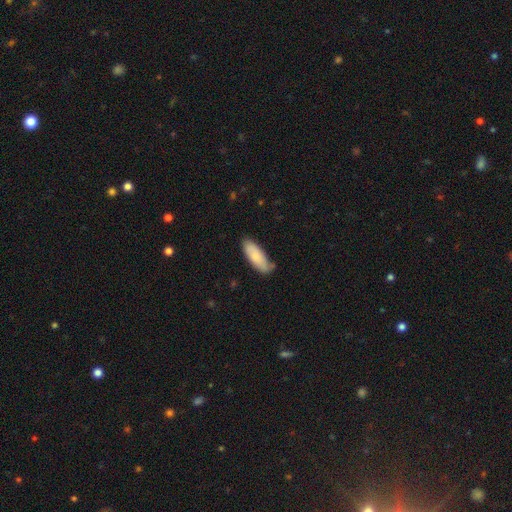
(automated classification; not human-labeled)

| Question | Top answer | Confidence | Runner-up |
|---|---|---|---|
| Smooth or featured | smooth | 81% | featured or disk (13%) |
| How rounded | in between | 69% | cigar-shaped (30%) |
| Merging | none | 70% | minor disturbance (23%) |